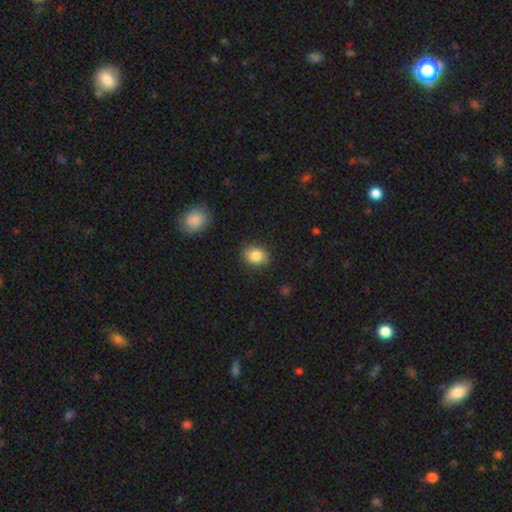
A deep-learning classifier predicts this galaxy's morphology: The model was most divided on "how rounded": in between: 64%, round: 35%, cigar-shaped: 1%. More confident: merging — none (85%); smooth or featured — smooth (83%).